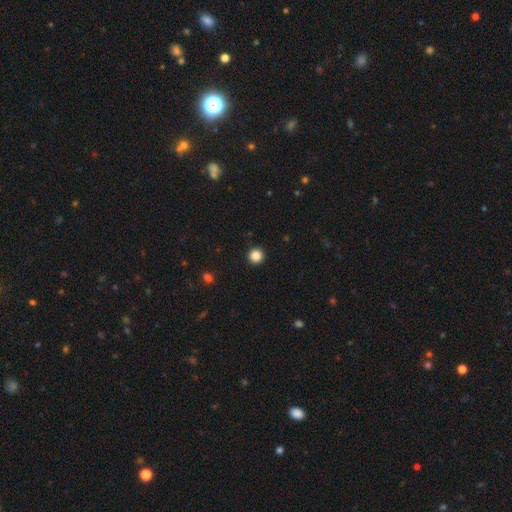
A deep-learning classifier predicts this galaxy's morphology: Q: Smooth or featured?
A: smooth (85%); runner-up: star or artifact (11%)
Q: How rounded?
A: round (96%); runner-up: in between (3%)
Q: Merging?
A: none (93%); runner-up: minor disturbance (4%)